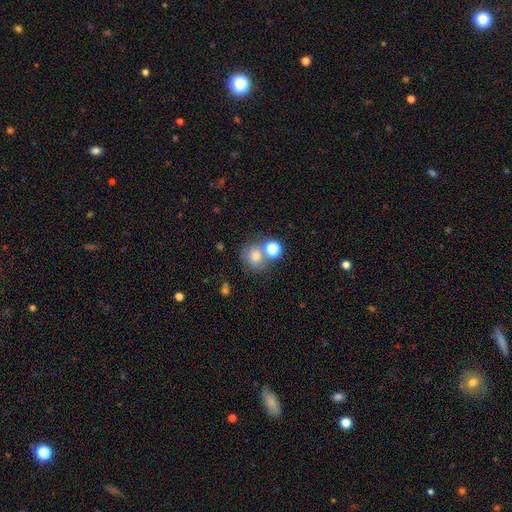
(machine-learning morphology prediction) type=smooth (74%); roundness=round (80%); merging=none (54%).